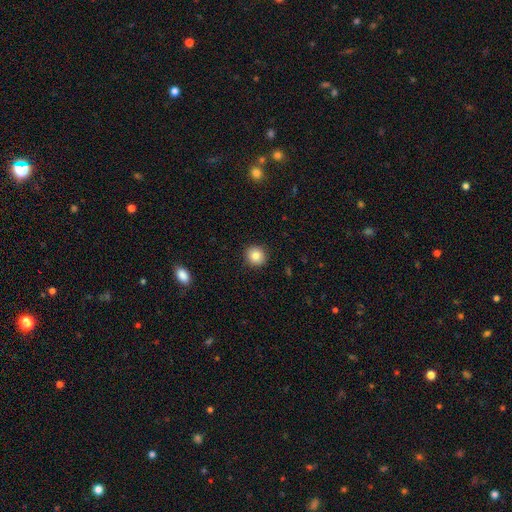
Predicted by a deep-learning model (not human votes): Smooth or featured? Predicted: smooth (p=0.83). How rounded? Predicted: round (p=0.92). Merging? Predicted: none (p=0.92).